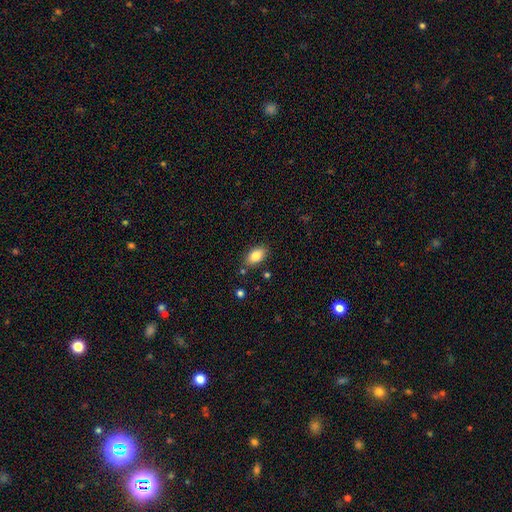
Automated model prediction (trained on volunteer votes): smooth 84%, featured or disk 8%, star or artifact 8%. Down the decision tree: how rounded — in between (91%); merging — none (83%).